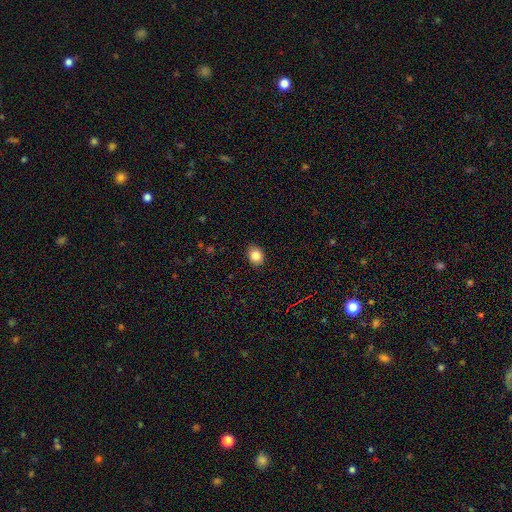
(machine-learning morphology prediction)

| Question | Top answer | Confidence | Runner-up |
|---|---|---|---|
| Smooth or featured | smooth | 85% | star or artifact (10%) |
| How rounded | round | 51% | in between (48%) |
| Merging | none | 90% | minor disturbance (8%) |